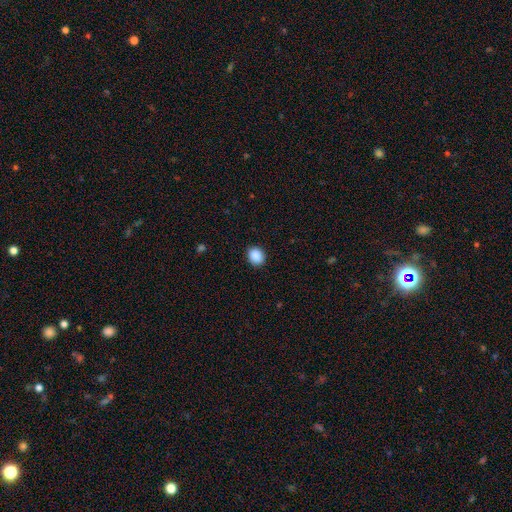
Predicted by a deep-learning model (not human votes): Smooth or featured?
  - smooth: 89% *
  - star or artifact: 8%
  - featured or disk: 3%
How rounded?
  - round: 60% *
  - in between: 39%
  - cigar-shaped: 1%
Merging?
  - none: 90% *
  - minor disturbance: 7%
  - major disturbance: 2%
  - merger: 1%